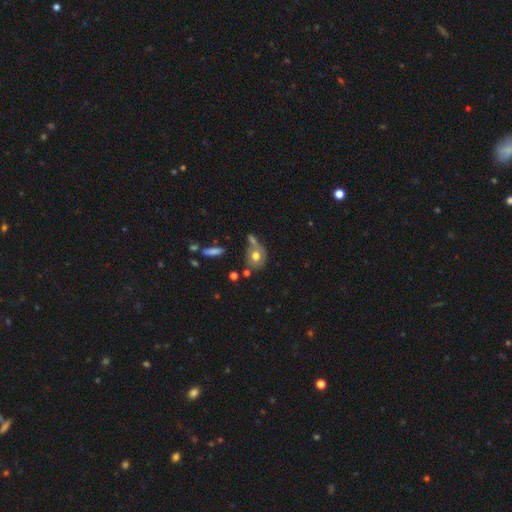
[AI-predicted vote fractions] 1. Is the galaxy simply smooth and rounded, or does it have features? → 65% smooth, 25% featured or disk, 10% star or artifact.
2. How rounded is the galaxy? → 55% round, 43% in between, 2% cigar-shaped.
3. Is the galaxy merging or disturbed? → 44% none, 30% merger, 17% minor disturbance, 9% major disturbance.